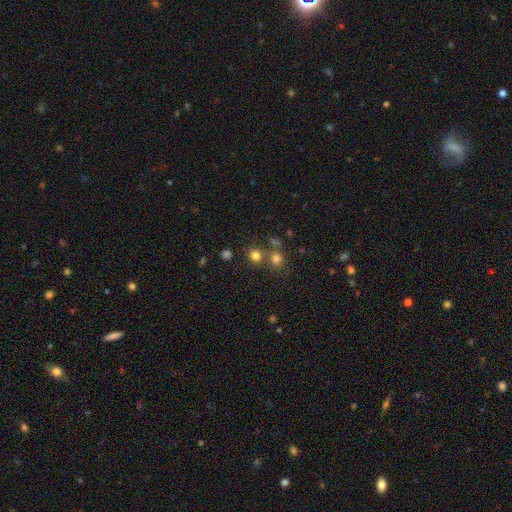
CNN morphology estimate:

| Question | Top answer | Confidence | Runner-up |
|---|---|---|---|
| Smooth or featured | smooth | 77% | star or artifact (17%) |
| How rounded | round | 85% | in between (14%) |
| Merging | none | 69% | merger (20%) |